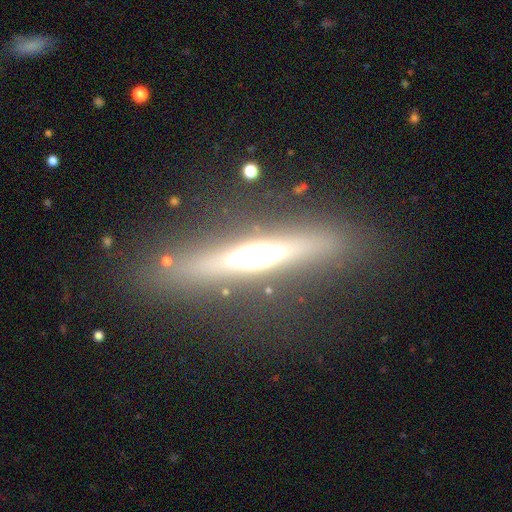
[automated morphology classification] smooth-or-featured: featured or disk: 67% | smooth: 21% | star or artifact: 11%
  disk-edge-on: yes: 92% | no: 8%
    edge-on-bulge: rounded: 84% | boxy: 11% | none: 5%
  merging: none: 84% | minor disturbance: 10% | major disturbance: 4% | merger: 2%